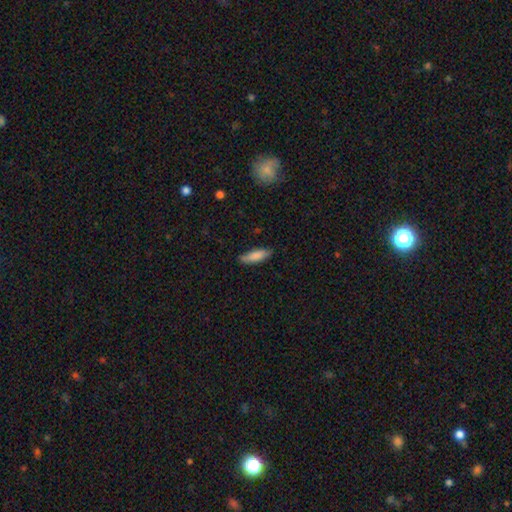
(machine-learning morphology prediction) This is clearly a smooth galaxy (84%). How rounded: possibly cigar-shaped (49%, tied with in between). Merging: clearly none (82%).